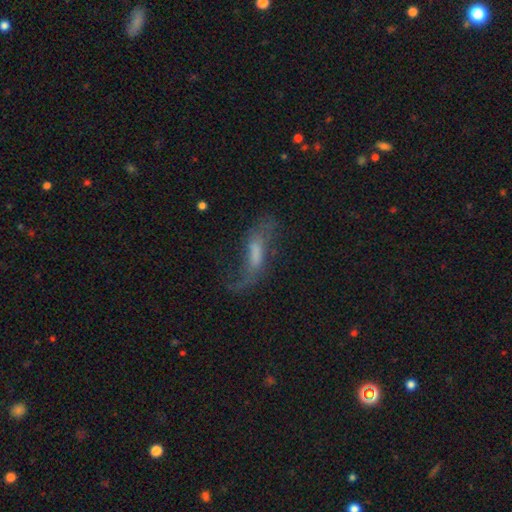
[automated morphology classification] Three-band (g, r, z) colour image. It shows a featured or disk galaxy (61%) with a weak bar (40%), spiral arms (79%) and no central bulge (39%). Merging: none (44%).